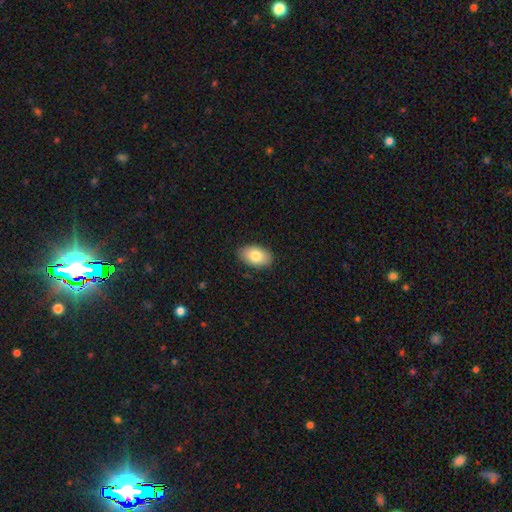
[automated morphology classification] Smooth or featured? smooth (82%)
How rounded? in between (93%)
Merging? none (87%)